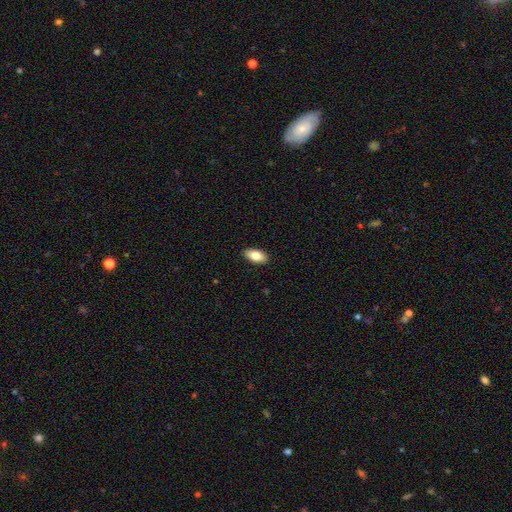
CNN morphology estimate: Overall: smooth (80%). How rounded: in between (91%). Merging: none (90%).